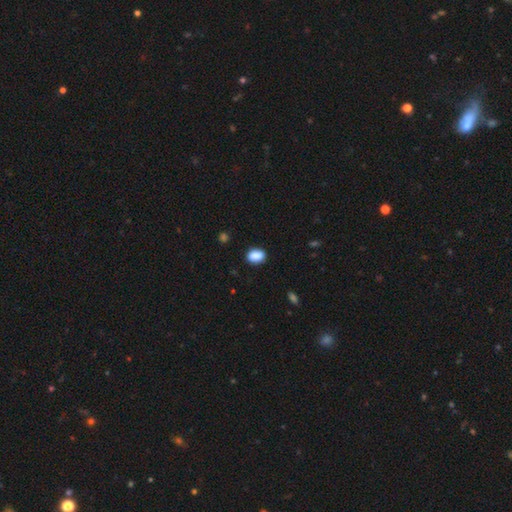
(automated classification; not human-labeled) Smooth or featured?
  - smooth: 88% *
  - star or artifact: 8%
  - featured or disk: 4%
How rounded?
  - in between: 80% *
  - round: 18%
  - cigar-shaped: 2%
Merging?
  - none: 84% *
  - minor disturbance: 12%
  - major disturbance: 3%
  - merger: 2%